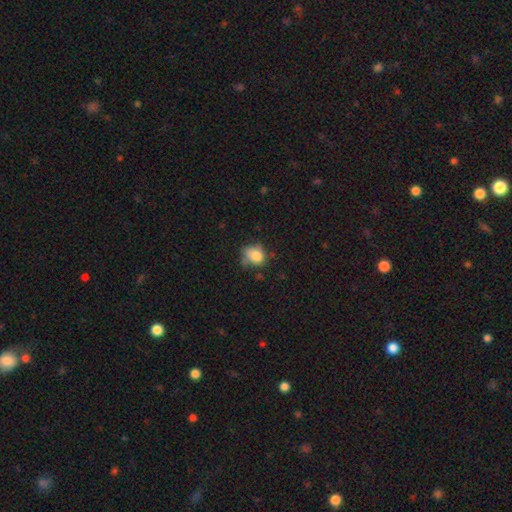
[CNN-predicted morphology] smooth 79%, featured or disk 11%, star or artifact 10%. Down the decision tree: how rounded — round (56%); merging — none (47%).